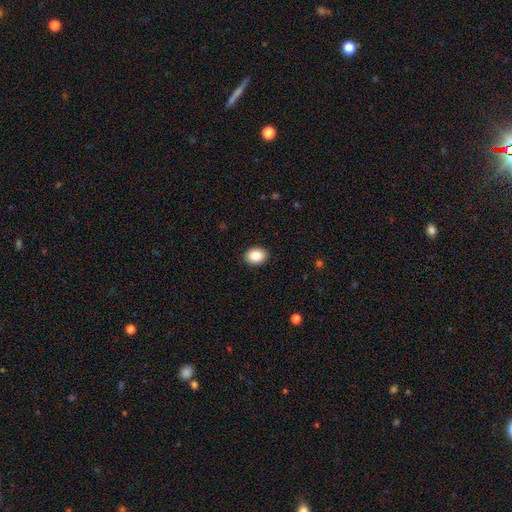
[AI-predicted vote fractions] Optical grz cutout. It shows a smooth galaxy with no disk features (86%) that is in between round and cigar-shaped (65%). Merging: none (91%).